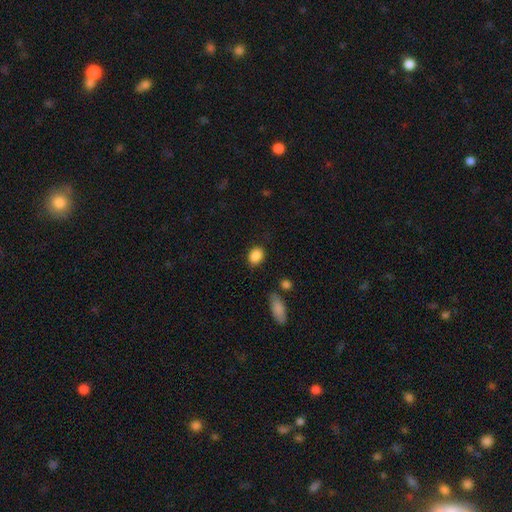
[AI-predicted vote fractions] Q: Smooth or featured?
A: smooth (88%); runner-up: star or artifact (8%)
Q: How rounded?
A: in between (63%); runner-up: round (36%)
Q: Merging?
A: none (80%); runner-up: minor disturbance (13%)